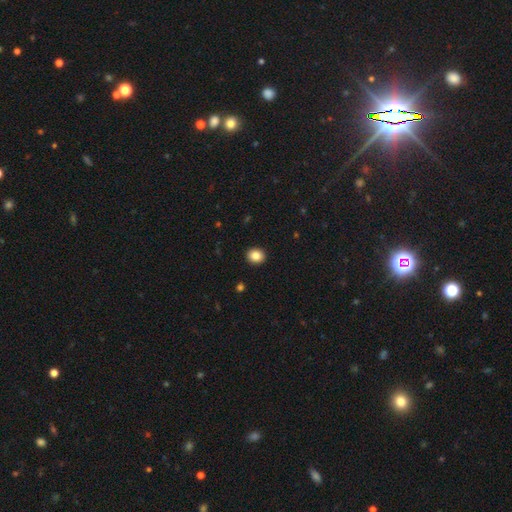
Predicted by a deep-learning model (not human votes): Smooth or featured: smooth — 85% (star or artifact — 10%)
How rounded: round — 72% (in between — 27%)
Merging: none — 93% (minor disturbance — 5%)